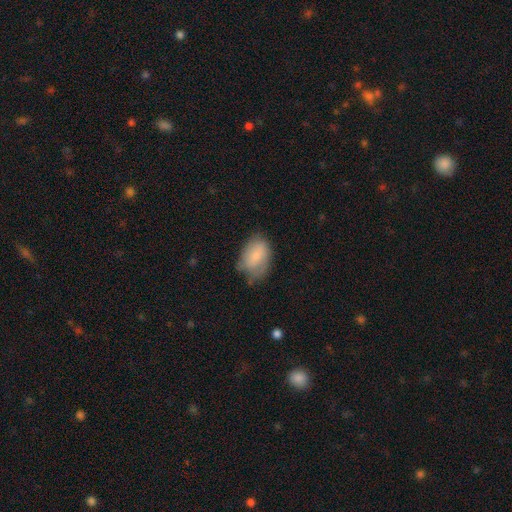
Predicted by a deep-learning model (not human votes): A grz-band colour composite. It shows a smooth galaxy with no disk features (75%) that is in between round and cigar-shaped (88%). Merging: none (53%).